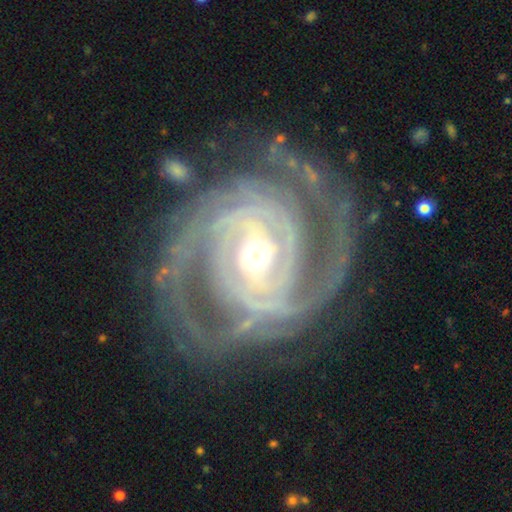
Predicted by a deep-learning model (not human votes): smooth_or_featured: featured or disk (p=0.93) [alt: star or artifact p=0.04]
disk_edge_on: no (p=0.98) [alt: yes p=0.02]
bar: weak (p=0.39) [alt: strong p=0.37]
has_spiral_arms: yes (p=0.98) [alt: no p=0.02]
spiral_winding: tight (p=0.72) [alt: medium p=0.25]
spiral_arm_count: 2 (p=0.33) [alt: 3 p=0.28]
bulge_size: moderate (p=0.65) [alt: small p=0.25]
merging: none (p=0.74) [alt: minor disturbance p=0.16]